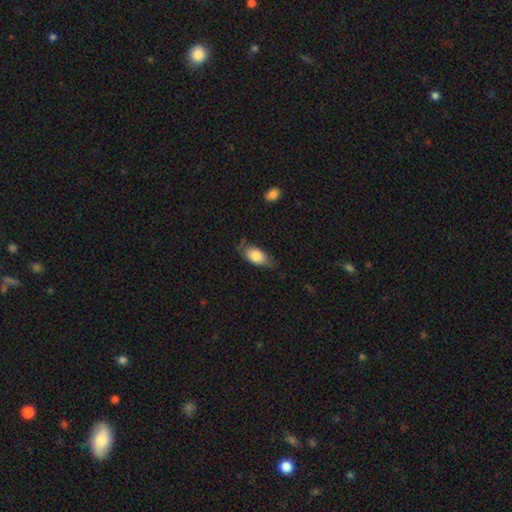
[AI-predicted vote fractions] Smooth or featured?
  - smooth: 79% *
  - featured or disk: 14%
  - star or artifact: 6%
How rounded?
  - in between: 88% *
  - cigar-shaped: 7%
  - round: 5%
Merging?
  - none: 64% *
  - minor disturbance: 27%
  - major disturbance: 8%
  - merger: 2%